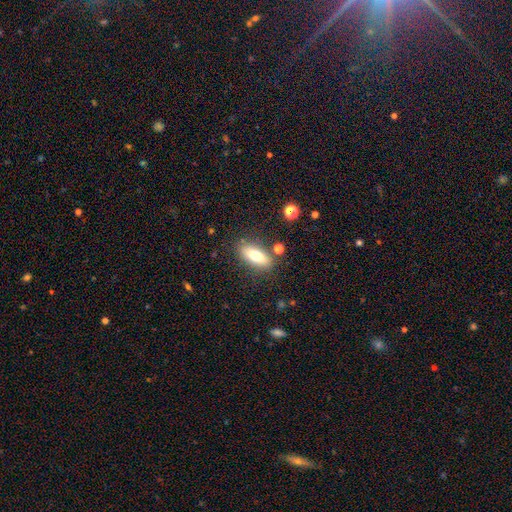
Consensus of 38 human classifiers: smooth_or_featured: smooth (p=0.71) [alt: featured or disk p=0.24]
how_rounded: in between (p=0.70) [alt: cigar-shaped p=0.30]
merging: none (p=0.89) [alt: minor disturbance p=0.08]